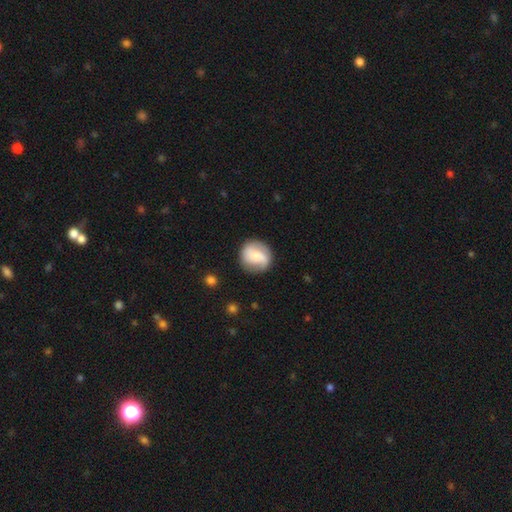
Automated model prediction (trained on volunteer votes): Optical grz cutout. It shows a featured or disk galaxy (49%). Merging: none (80%).